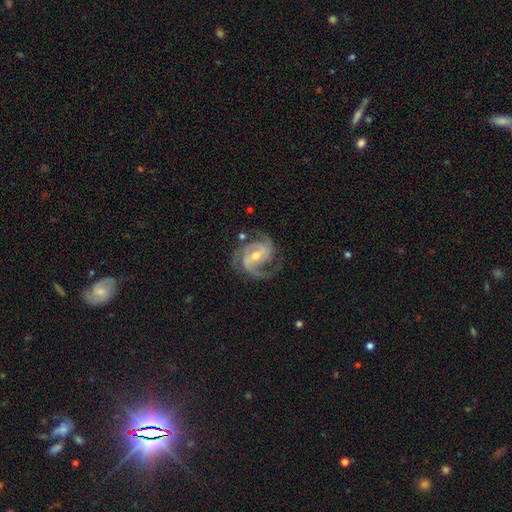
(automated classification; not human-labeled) smooth_or_featured: featured or disk (p=0.93) [alt: star or artifact p=0.04]
disk_edge_on: no (p=0.98) [alt: yes p=0.02]
bar: weak (p=0.42) [alt: strong p=0.33]
has_spiral_arms: yes (p=0.99) [alt: no p=0.01]
spiral_winding: medium (p=0.51) [alt: tight p=0.40]
spiral_arm_count: 3 (p=0.49) [alt: 2 p=0.32]
bulge_size: moderate (p=0.50) [alt: small p=0.47]
merging: none (p=0.75) [alt: minor disturbance p=0.16]